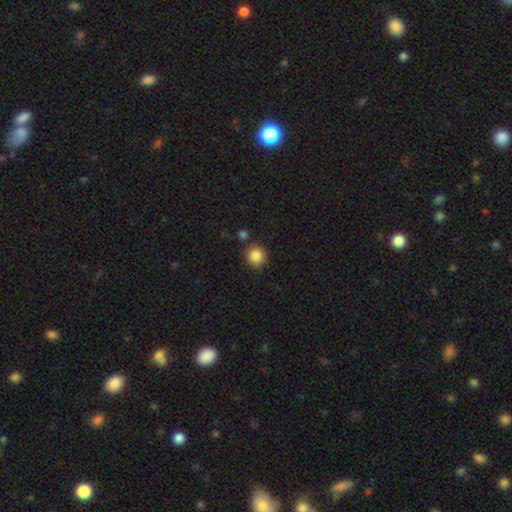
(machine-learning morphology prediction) The model was most divided on "merging": none: 82%, minor disturbance: 10%, merger: 6%, major disturbance: 3%. More confident: how rounded — round (87%); smooth or featured — smooth (86%).